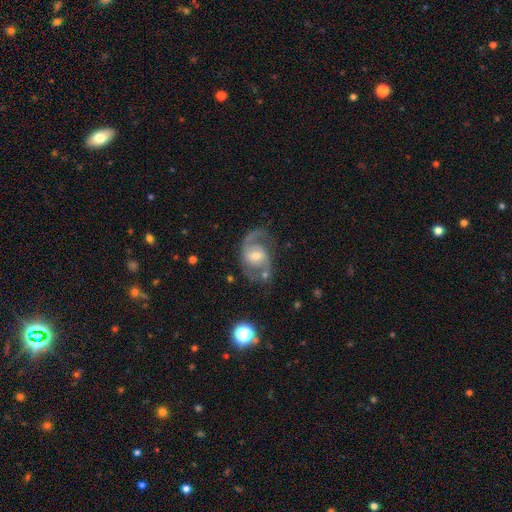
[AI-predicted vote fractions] This appears to be a featured or disk galaxy (86%) with no bar (45%), 2 (82%) medium (55%) spiral arms (96%) and a moderate central bulge (50%). Merging: none (67%).